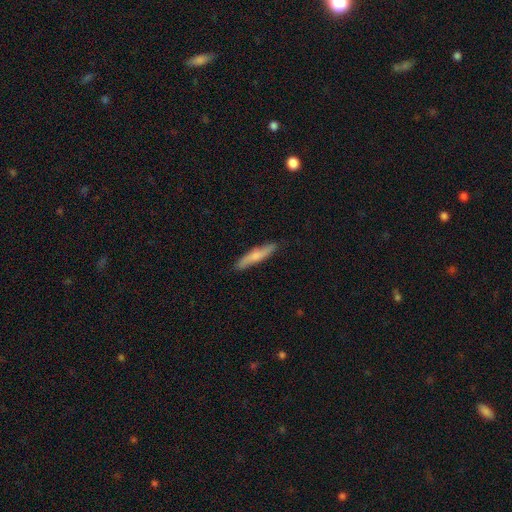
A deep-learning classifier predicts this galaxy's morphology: Smooth or featured? smooth (64%)
How rounded? cigar-shaped (87%)
Merging? none (86%)